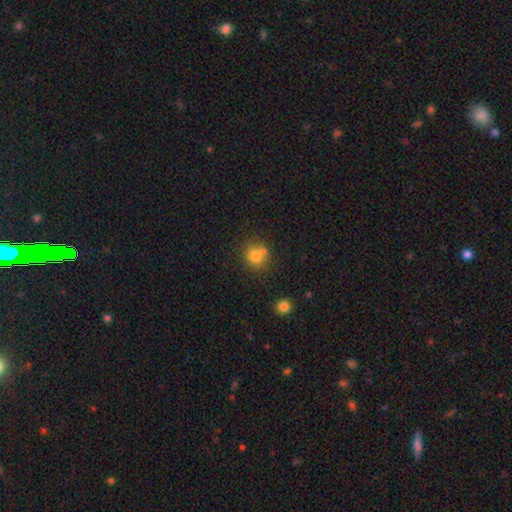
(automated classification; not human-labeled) smooth 77%, star or artifact 12%, featured or disk 10%. Down the decision tree: how rounded — round (87%); merging — none (62%).